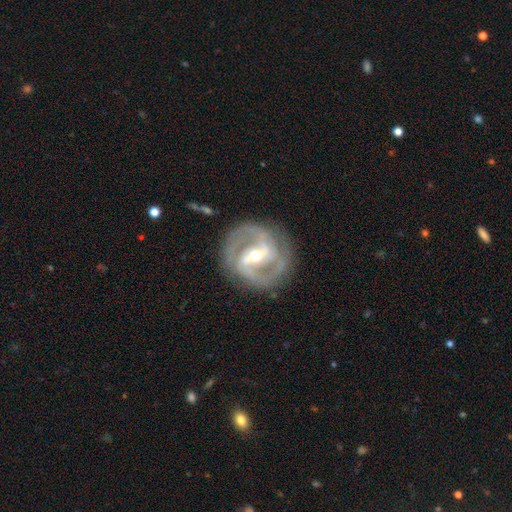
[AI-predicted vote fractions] A featured or disk galaxy (90%) with a strong bar (55%), 2 (80%) medium (47%) spiral arms (96%) and a moderate central bulge (56%). Merging: none (82%).